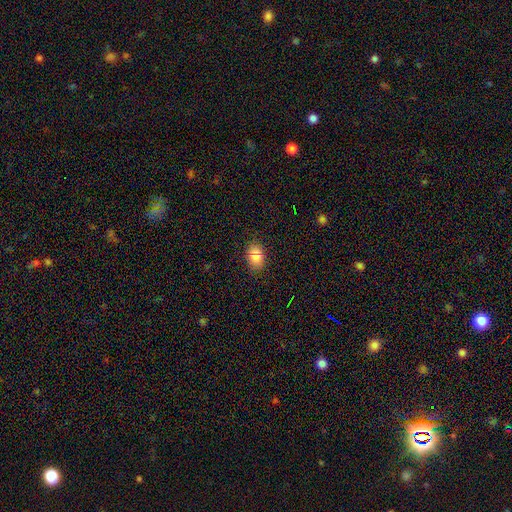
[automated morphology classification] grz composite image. It shows a smooth galaxy with no disk features (82%) that is in between round and cigar-shaped (84%). Merging: none (84%).